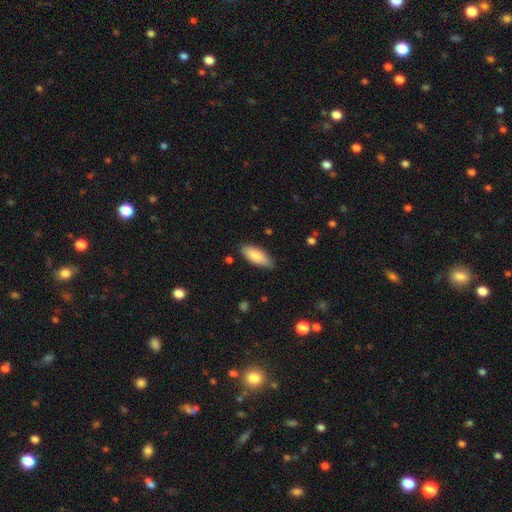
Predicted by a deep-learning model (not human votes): Smooth or featured? Predicted: smooth (p=0.82). How rounded? Predicted: in between (p=0.77). Merging? Predicted: none (p=0.82).